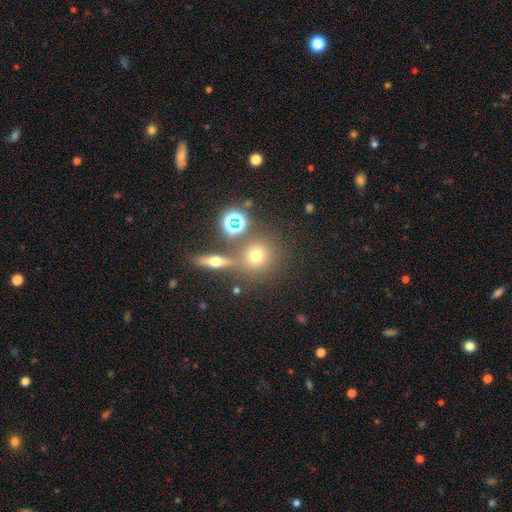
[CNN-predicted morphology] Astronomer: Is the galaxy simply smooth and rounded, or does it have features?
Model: smooth — 63%.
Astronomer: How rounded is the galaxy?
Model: round — 86%.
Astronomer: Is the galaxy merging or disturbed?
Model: none — 70%.